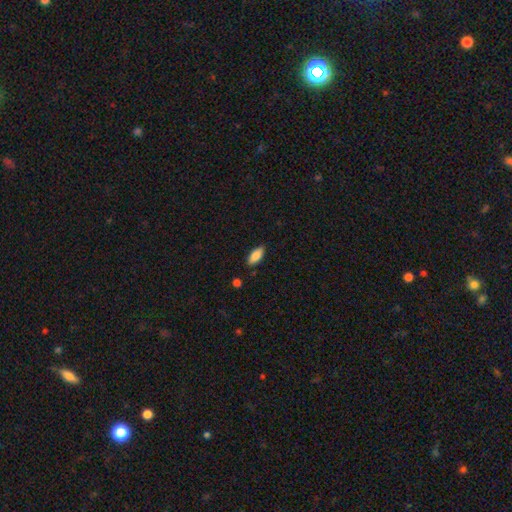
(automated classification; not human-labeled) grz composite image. It shows a smooth galaxy with no disk features (84%) that is in between round and cigar-shaped (85%). Merging: none (85%).